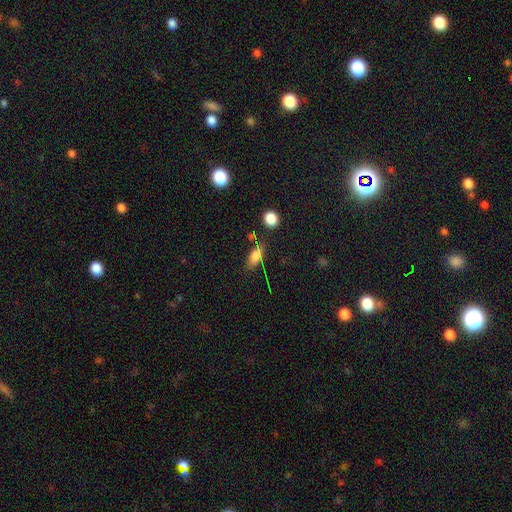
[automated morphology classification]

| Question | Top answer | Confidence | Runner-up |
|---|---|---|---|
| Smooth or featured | smooth | 72% | star or artifact (15%) |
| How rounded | in between | 78% | cigar-shaped (13%) |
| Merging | none | 72% | minor disturbance (16%) |